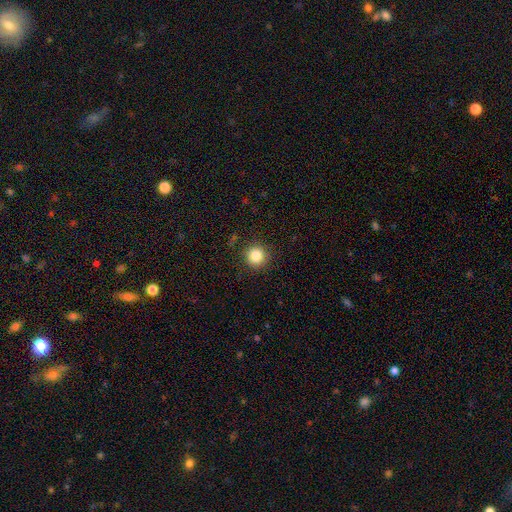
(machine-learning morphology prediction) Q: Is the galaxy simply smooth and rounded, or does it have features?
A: smooth — 84%.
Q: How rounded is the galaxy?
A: round — 95%.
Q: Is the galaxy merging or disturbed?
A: none — 90%.